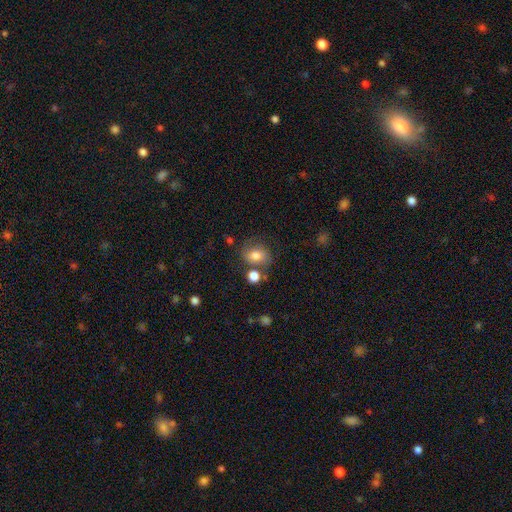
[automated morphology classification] Smooth or featured? Predicted: smooth (p=0.73). How rounded? Predicted: round (p=0.58). Merging? Predicted: none (p=0.63).